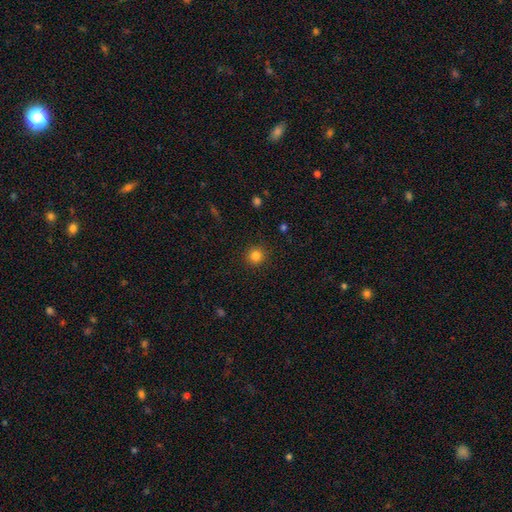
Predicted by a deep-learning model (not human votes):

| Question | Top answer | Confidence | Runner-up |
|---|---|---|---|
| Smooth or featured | smooth | 83% | star or artifact (12%) |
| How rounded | round | 93% | in between (6%) |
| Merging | none | 92% | minor disturbance (5%) |